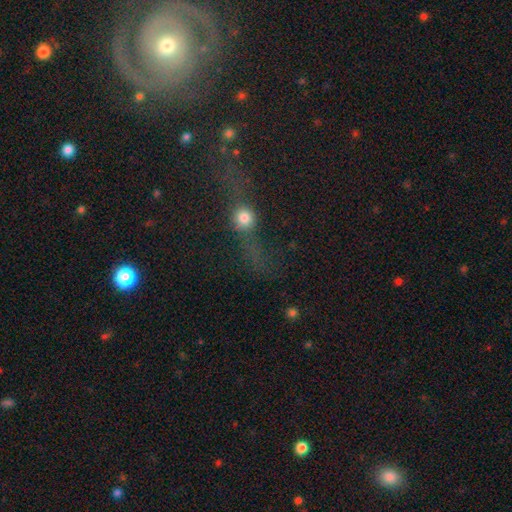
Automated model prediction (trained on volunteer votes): Smooth or featured?
  - featured or disk: 39% *
  - star or artifact: 32%
  - smooth: 29%
Merging?
  - none: 58% *
  - major disturbance: 19%
  - minor disturbance: 15%
  - merger: 8%